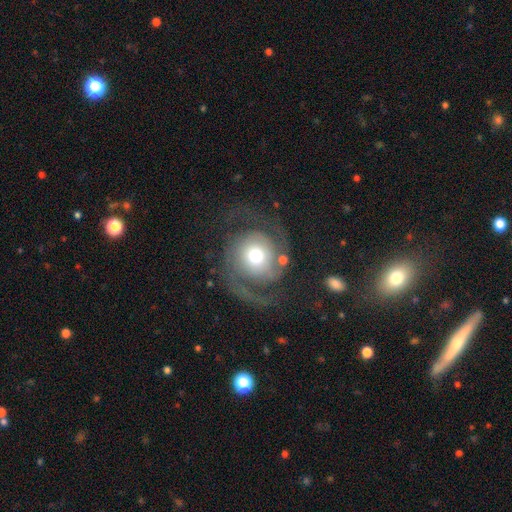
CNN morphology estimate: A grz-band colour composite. It shows a featured or disk galaxy (73%) with no bar (77%), 2 (76%) medium (43%) spiral arms (90%) and a moderate central bulge (59%). Merging: none (59%).